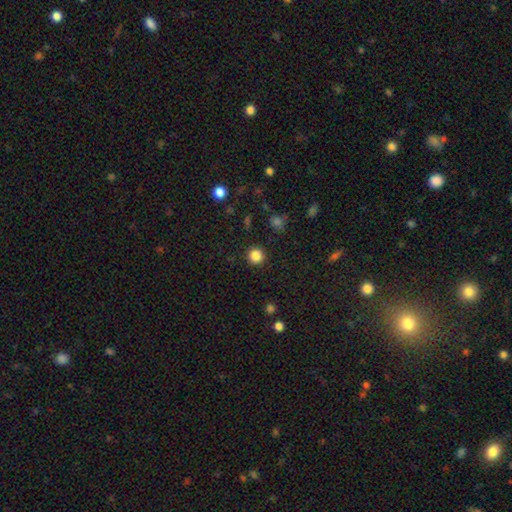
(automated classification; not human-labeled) Smooth or featured? smooth (85%)
How rounded? round (95%)
Merging? none (92%)